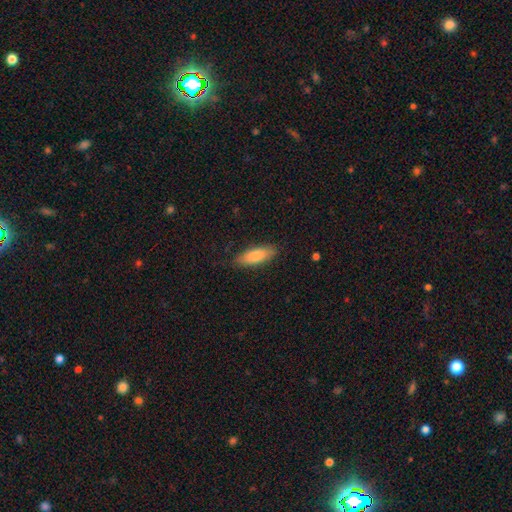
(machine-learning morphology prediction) Smooth or featured? Predicted: smooth (p=0.83). How rounded? Predicted: in between (p=0.63). Merging? Predicted: none (p=0.84).